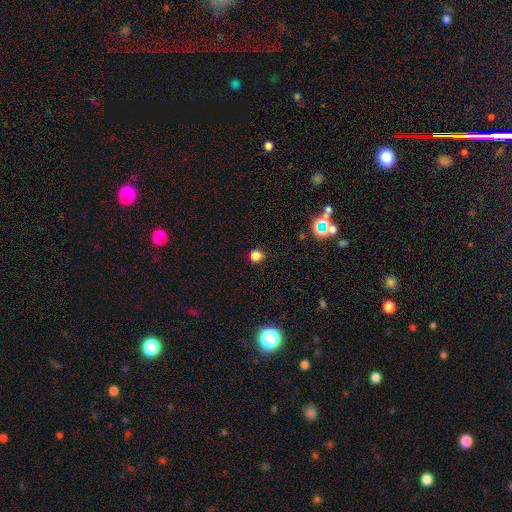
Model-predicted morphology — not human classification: Smooth or featured: smooth — 80% (star or artifact — 16%)
How rounded: round — 88% (in between — 11%)
Merging: none — 90% (minor disturbance — 7%)